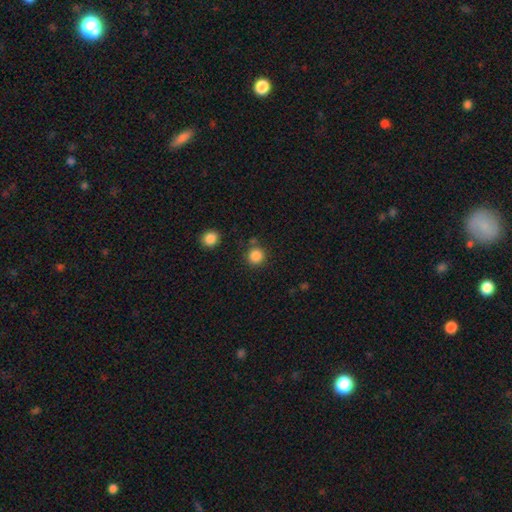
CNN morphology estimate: Smooth or featured?
  - smooth: 86% *
  - star or artifact: 11%
  - featured or disk: 4%
How rounded?
  - round: 93% *
  - in between: 6%
  - cigar-shaped: 1%
Merging?
  - none: 83% *
  - minor disturbance: 8%
  - merger: 6%
  - major disturbance: 3%